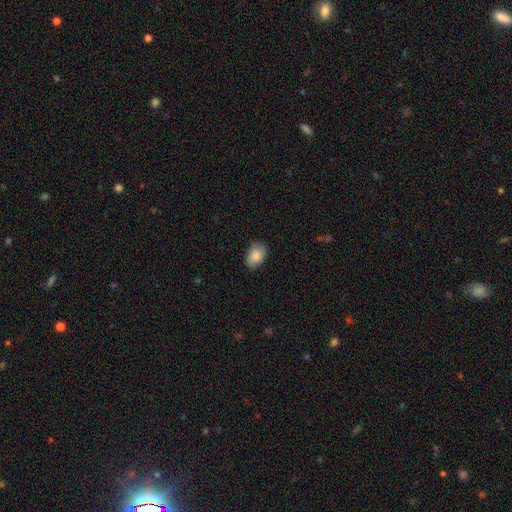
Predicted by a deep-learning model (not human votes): smooth_or_featured: smooth (p=0.81) [alt: featured or disk p=0.12]
how_rounded: in between (p=0.86) [alt: round p=0.13]
merging: none (p=0.80) [alt: minor disturbance p=0.16]